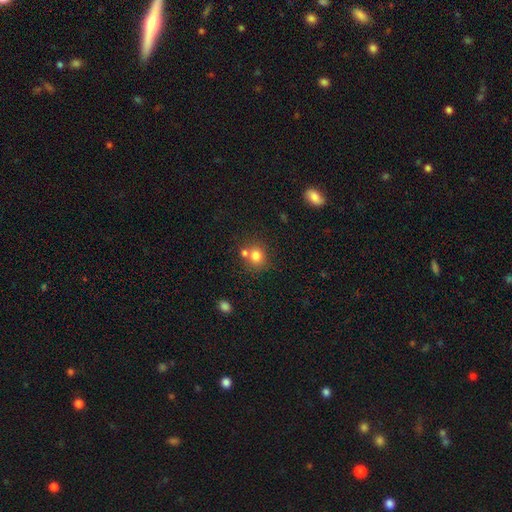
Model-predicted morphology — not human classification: Smooth or featured?
  - smooth: 79% *
  - star or artifact: 12%
  - featured or disk: 9%
How rounded?
  - round: 75% *
  - in between: 24%
  - cigar-shaped: 1%
Merging?
  - none: 58% *
  - merger: 28%
  - minor disturbance: 10%
  - major disturbance: 4%